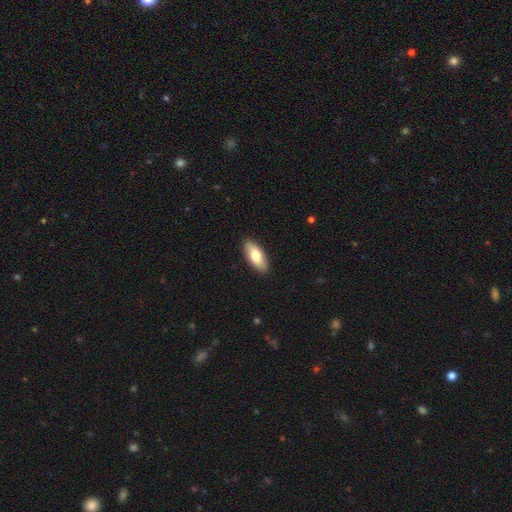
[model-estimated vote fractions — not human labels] The model was most divided on "smooth or featured": smooth: 75%, featured or disk: 20%, star or artifact: 5%. More confident: merging — none (90%); how rounded — in between (80%).